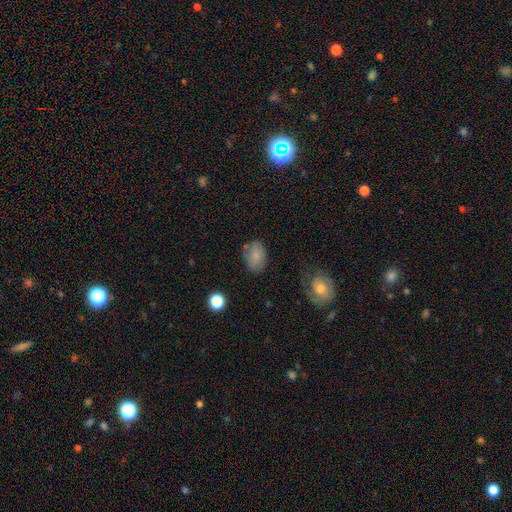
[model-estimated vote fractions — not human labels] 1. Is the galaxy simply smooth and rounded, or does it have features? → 78% smooth, 13% featured or disk, 9% star or artifact.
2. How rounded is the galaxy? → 78% in between, 21% round, 1% cigar-shaped.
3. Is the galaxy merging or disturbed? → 67% none, 23% minor disturbance, 7% major disturbance, 3% merger.